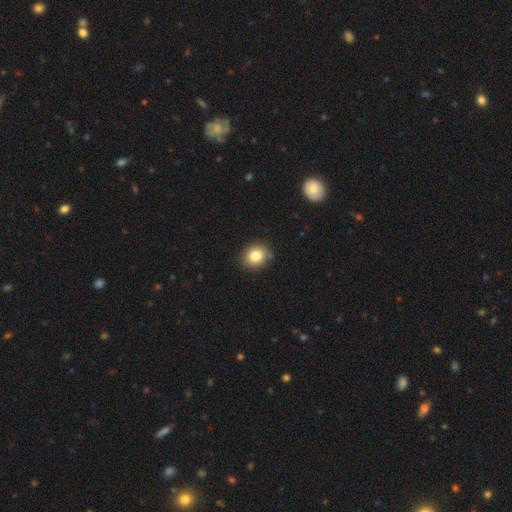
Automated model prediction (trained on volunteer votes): Morphology: type=smooth (83%); roundness=round (67%); merging=none (82%).